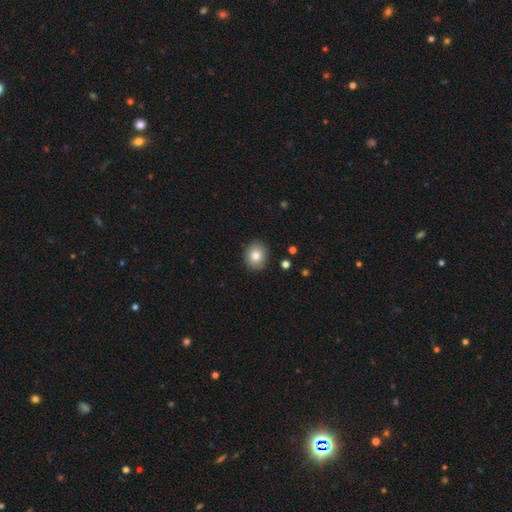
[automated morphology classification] smooth 81%, featured or disk 10%, star or artifact 9%. Down the decision tree: how rounded — round (67%); merging — none (89%).